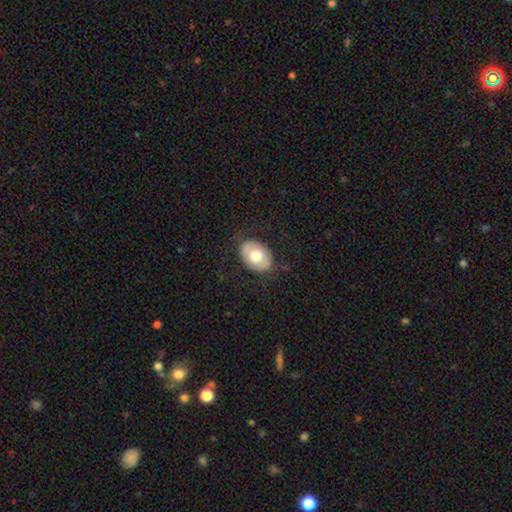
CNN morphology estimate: A smooth galaxy with no disk features (69%) that is in between round and cigar-shaped (81%).

Vote fractions:
- Smooth or featured? smooth: 69% / featured or disk: 25% / star or artifact: 7%
- How rounded? in between: 81% / round: 18% / cigar-shaped: 1%
- Merging? none: 82% / minor disturbance: 13% / major disturbance: 4% / merger: 1%